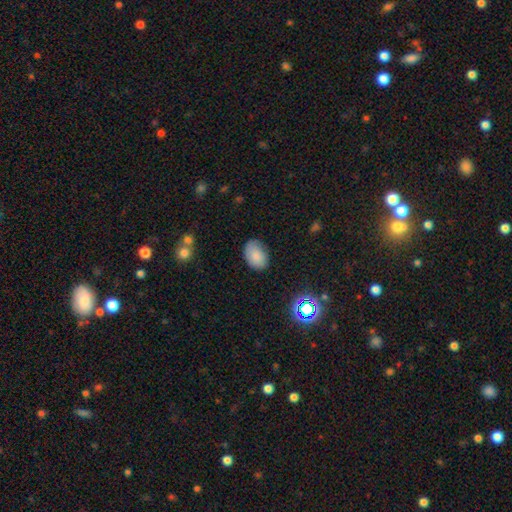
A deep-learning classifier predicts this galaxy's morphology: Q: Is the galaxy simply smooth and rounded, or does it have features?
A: smooth — 82%.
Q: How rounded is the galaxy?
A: in between — 85%.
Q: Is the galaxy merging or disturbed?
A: none — 74%.